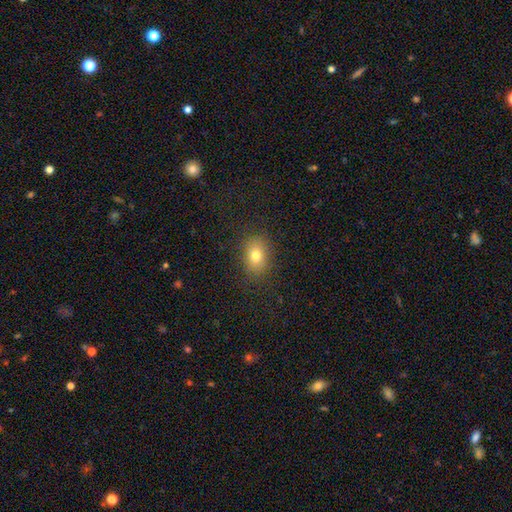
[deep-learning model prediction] Smooth or featured? Predicted: smooth (p=0.77). How rounded? Predicted: in between (p=0.68). Merging? Predicted: none (p=0.86).